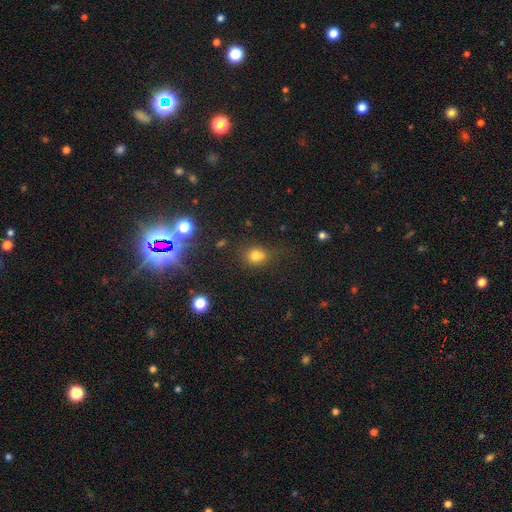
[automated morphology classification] Smooth or featured? smooth (74%)
How rounded? round (65%)
Merging? none (61%)